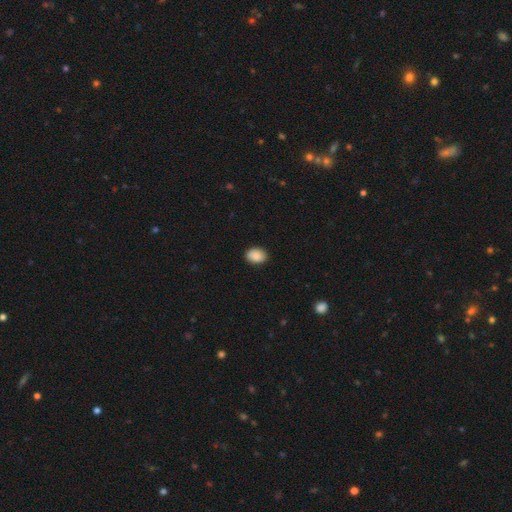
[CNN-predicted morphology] This appears to be a smooth galaxy with no disk features (88%) that is in between round and cigar-shaped (76%). Merging: none (87%).